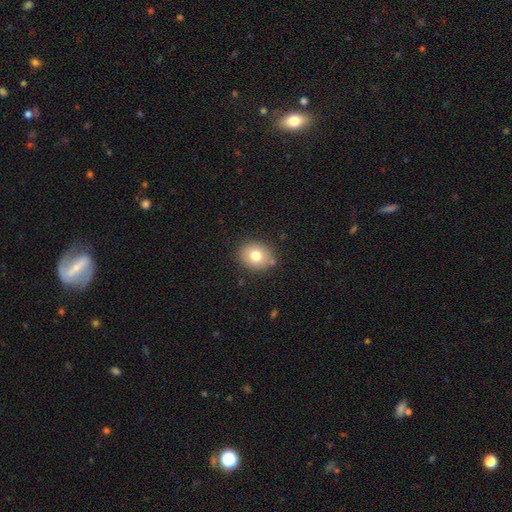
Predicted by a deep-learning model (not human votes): Smooth or featured?
  - smooth: 76% *
  - featured or disk: 13%
  - star or artifact: 10%
How rounded?
  - round: 66% *
  - in between: 33%
  - cigar-shaped: 1%
Merging?
  - none: 83% *
  - minor disturbance: 11%
  - merger: 3%
  - major disturbance: 3%